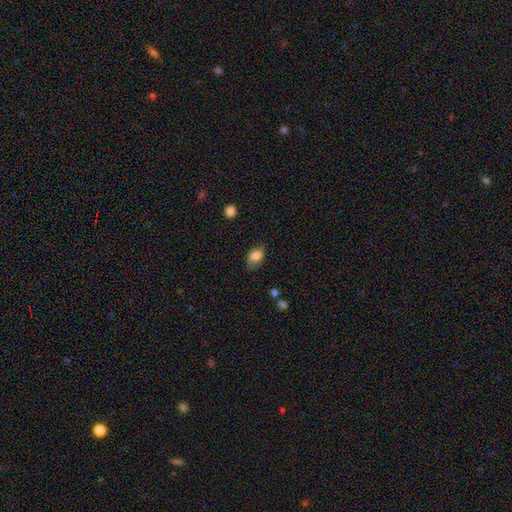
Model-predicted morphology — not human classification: Smooth or featured: smooth — 83% (featured or disk — 9%)
How rounded: in between — 87% (round — 12%)
Merging: none — 70% (minor disturbance — 23%)